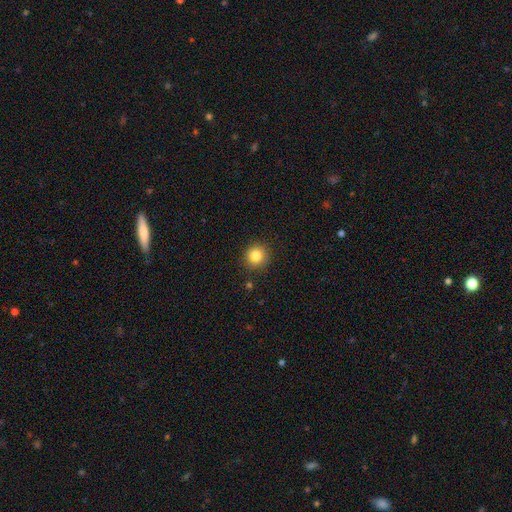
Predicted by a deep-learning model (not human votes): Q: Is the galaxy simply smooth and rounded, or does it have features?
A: smooth — 83%.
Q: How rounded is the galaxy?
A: round — 93%.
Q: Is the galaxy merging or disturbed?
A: none — 90%.